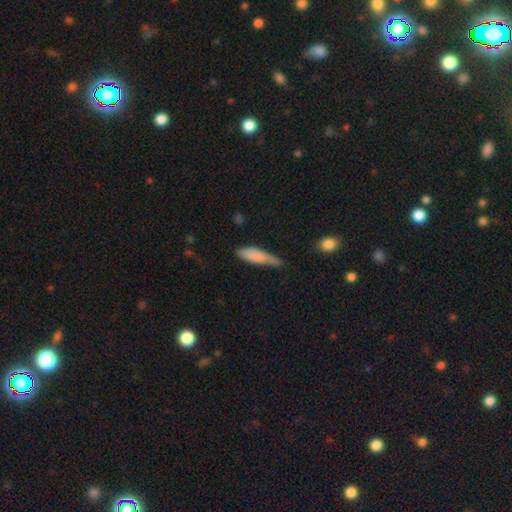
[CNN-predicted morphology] type=smooth (79%); roundness=cigar-shaped (66%); merging=minor disturbance (43%).